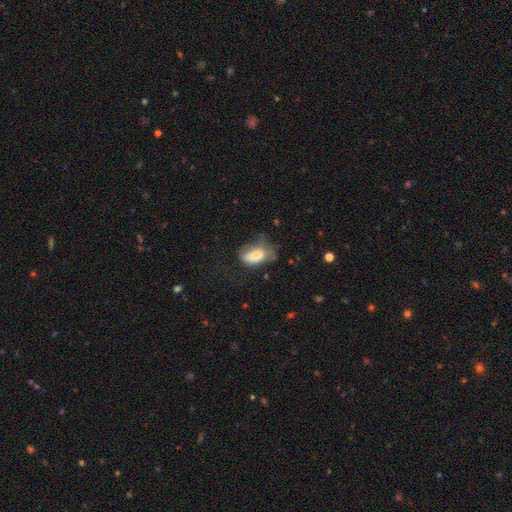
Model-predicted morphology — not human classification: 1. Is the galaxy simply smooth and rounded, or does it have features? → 74% smooth, 17% featured or disk, 9% star or artifact.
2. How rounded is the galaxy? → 90% in between, 7% round, 3% cigar-shaped.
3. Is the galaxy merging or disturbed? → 33% minor disturbance, 32% major disturbance, 30% none, 5% merger.